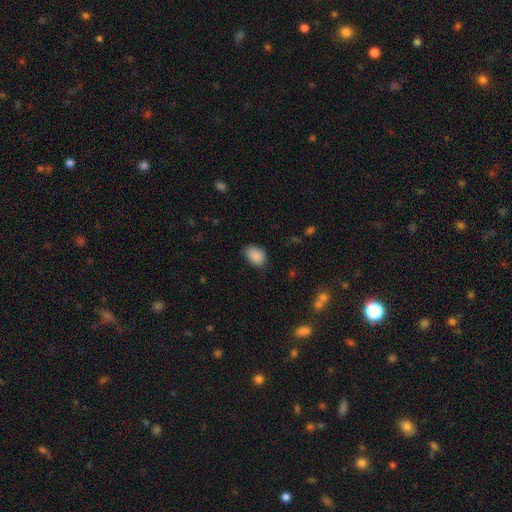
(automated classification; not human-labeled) This is clearly a smooth galaxy (89%). How rounded: likely in between (80%). Merging: likely none (77%).